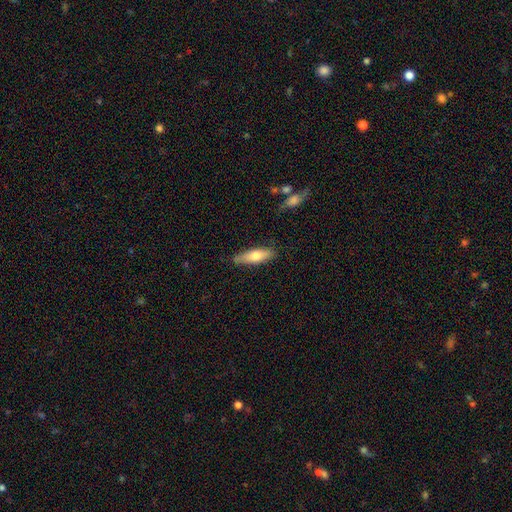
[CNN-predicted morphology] Q: Smooth or featured?
A: smooth (65%); runner-up: featured or disk (29%)
Q: How rounded?
A: cigar-shaped (60%); runner-up: in between (38%)
Q: Merging?
A: none (83%); runner-up: minor disturbance (13%)